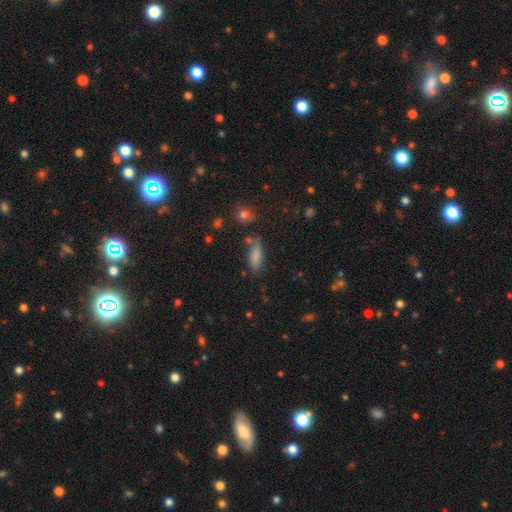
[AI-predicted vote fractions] A smooth galaxy with no disk features (80%) that is in between round and cigar-shaped (56%).

Vote fractions:
- Smooth or featured? smooth: 80% / featured or disk: 11% / star or artifact: 9%
- How rounded? in between: 56% / cigar-shaped: 42% / round: 3%
- Merging? none: 70% / minor disturbance: 18% / merger: 7% / major disturbance: 5%